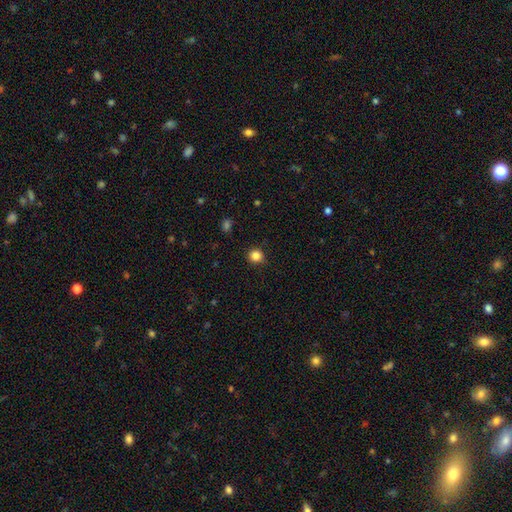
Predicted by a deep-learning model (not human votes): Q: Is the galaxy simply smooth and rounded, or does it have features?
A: smooth — 85%.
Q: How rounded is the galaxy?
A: round — 91%.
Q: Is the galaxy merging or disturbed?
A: none — 89%.